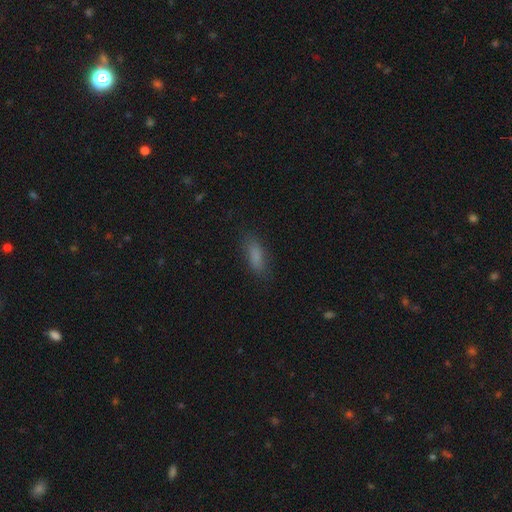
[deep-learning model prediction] Smooth or featured: smooth — 81% (star or artifact — 10%)
How rounded: in between — 58% (cigar-shaped — 40%)
Merging: none — 79% (minor disturbance — 15%)